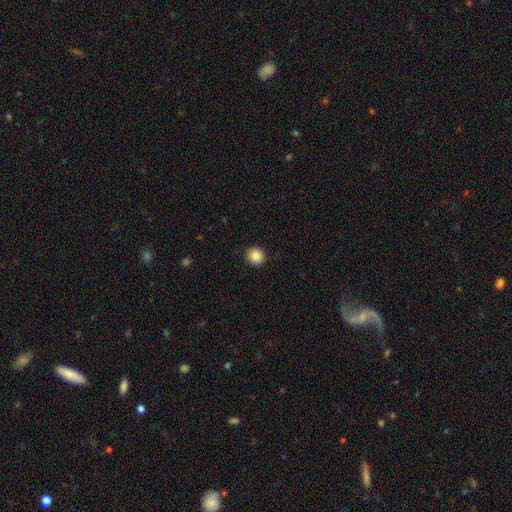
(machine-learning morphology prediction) smooth 87%, star or artifact 9%, featured or disk 4%. Down the decision tree: how rounded — round (92%); merging — none (92%).